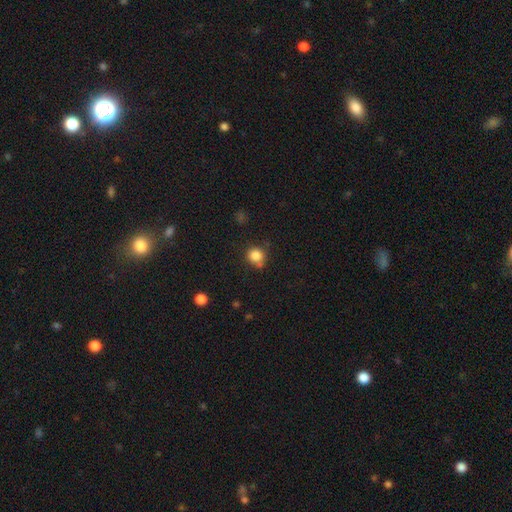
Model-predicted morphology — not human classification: This is clearly a smooth galaxy (84%). How rounded: clearly round (88%). Merging: likely none (67%).